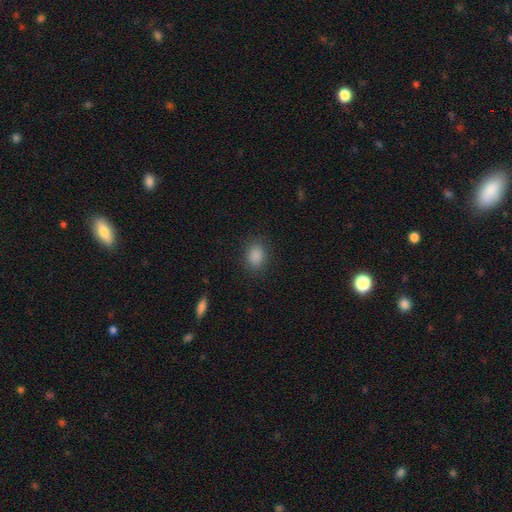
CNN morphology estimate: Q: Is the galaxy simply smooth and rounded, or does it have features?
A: smooth — 87%.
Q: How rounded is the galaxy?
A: in between — 64%.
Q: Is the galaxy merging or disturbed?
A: none — 86%.